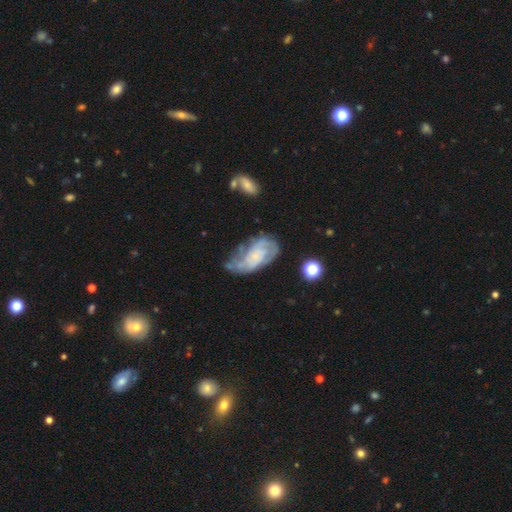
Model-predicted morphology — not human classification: type=featured or disk (71%); edge-on=no (96%); bar=no (71%); spiral arms=yes (84%); winding=tight (49%); arm count=can't tell (39%); bulge=small (48%); merging=none (47%).